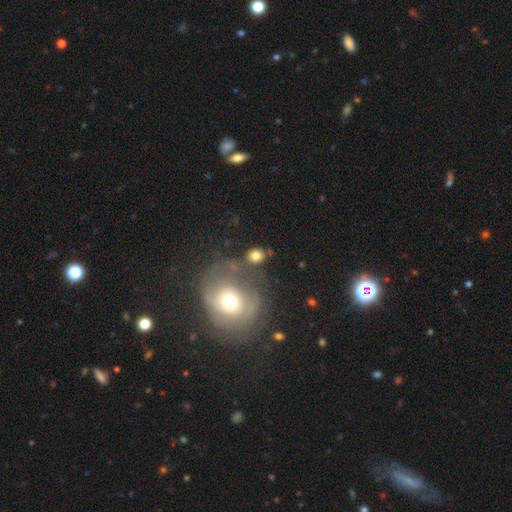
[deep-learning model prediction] Smooth or featured? Predicted: smooth (p=0.75). How rounded? Predicted: round (p=0.68). Merging? Predicted: none (p=0.61).